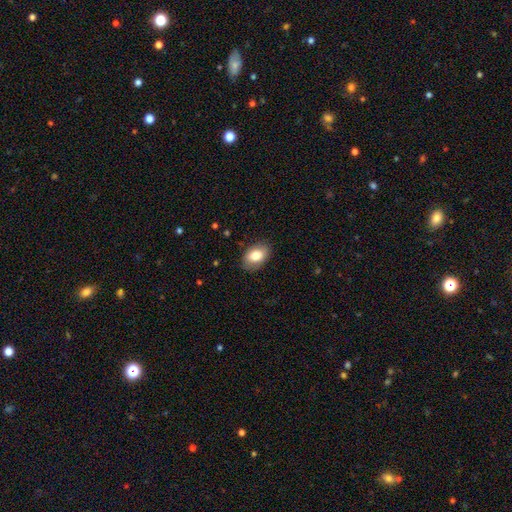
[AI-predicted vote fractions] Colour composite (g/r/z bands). It shows a smooth galaxy with no disk features (81%) that is in between round and cigar-shaped (87%). Merging: none (84%).